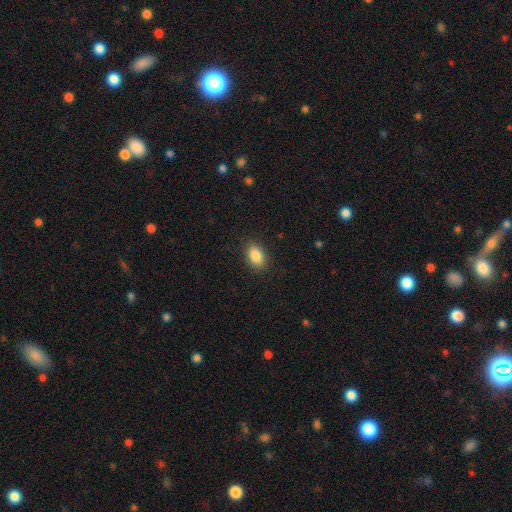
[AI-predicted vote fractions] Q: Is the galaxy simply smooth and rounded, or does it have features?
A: smooth — 88%.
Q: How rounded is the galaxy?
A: in between — 90%.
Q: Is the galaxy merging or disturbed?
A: none — 88%.